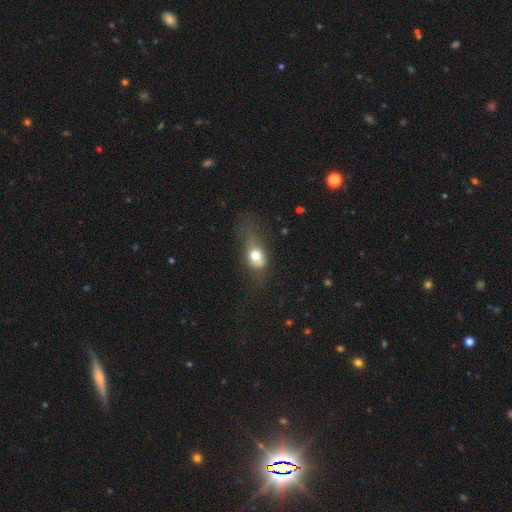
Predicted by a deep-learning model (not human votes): smooth-or-featured: smooth: 67% | featured or disk: 22% | star or artifact: 11%
  how-rounded: in between: 67% | round: 29% | cigar-shaped: 5%
  merging: major disturbance: 38% | none: 31% | minor disturbance: 27% | merger: 4%